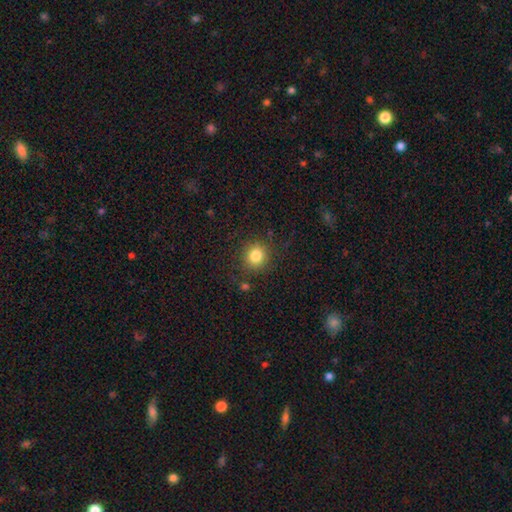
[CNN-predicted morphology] Q: Smooth or featured?
A: smooth (82%); runner-up: star or artifact (11%)
Q: How rounded?
A: round (87%); runner-up: in between (12%)
Q: Merging?
A: none (86%); runner-up: minor disturbance (9%)